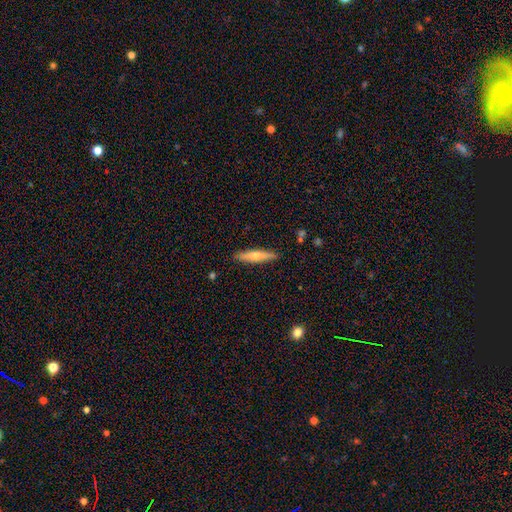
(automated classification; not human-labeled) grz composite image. It shows a smooth galaxy with no disk features (57%) that is cigar-shaped (84%). Merging: none (89%).